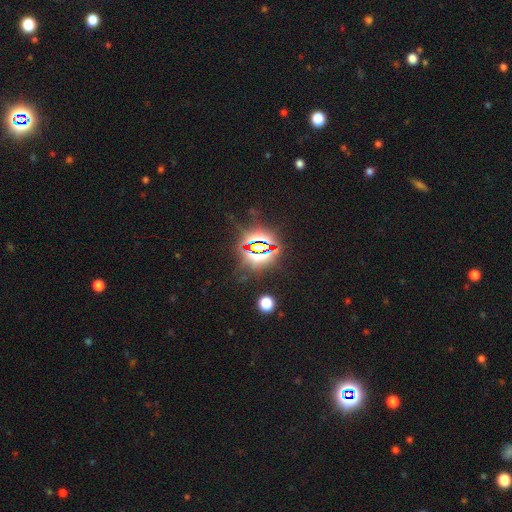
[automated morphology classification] Overall: star or artifact (83%).